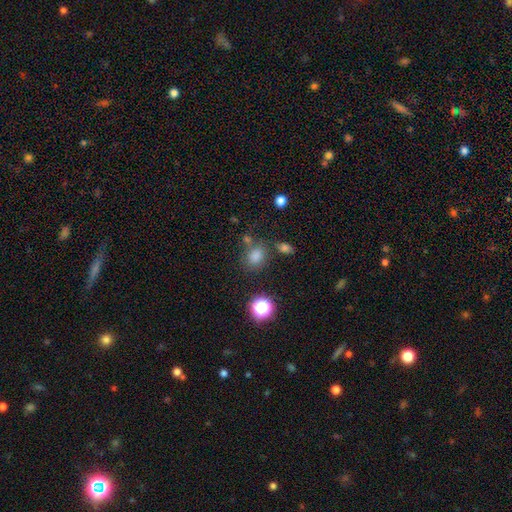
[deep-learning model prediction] smooth_or_featured: smooth (p=0.74) [alt: star or artifact p=0.19]
how_rounded: round (p=0.51) [alt: in between p=0.48]
merging: none (p=0.70) [alt: minor disturbance p=0.14]